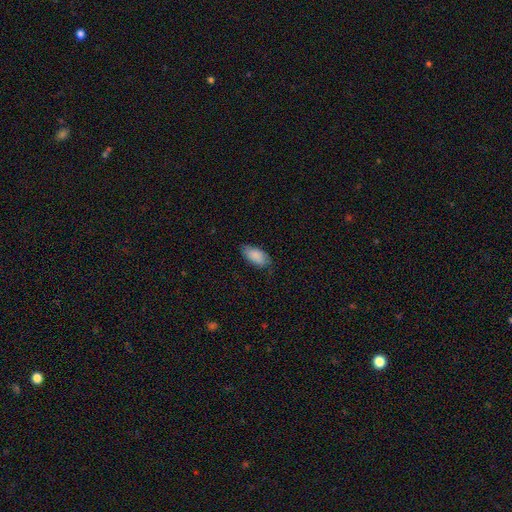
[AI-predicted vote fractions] Smooth or featured? Predicted: smooth (p=0.87). How rounded? Predicted: in between (p=0.93). Merging? Predicted: none (p=0.72).